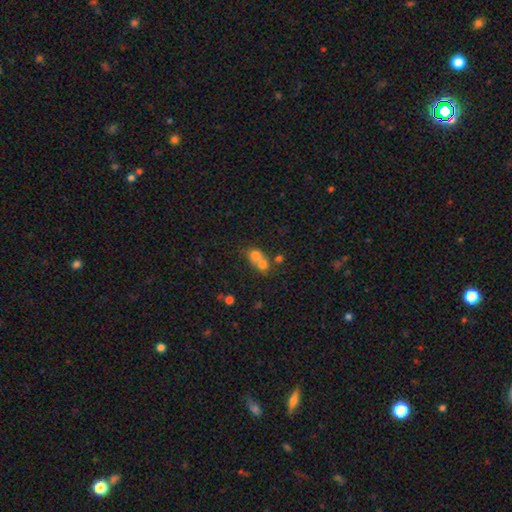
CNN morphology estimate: This is likely a smooth galaxy (69%). How rounded: likely round (70%). Merging: likely merger (69%).